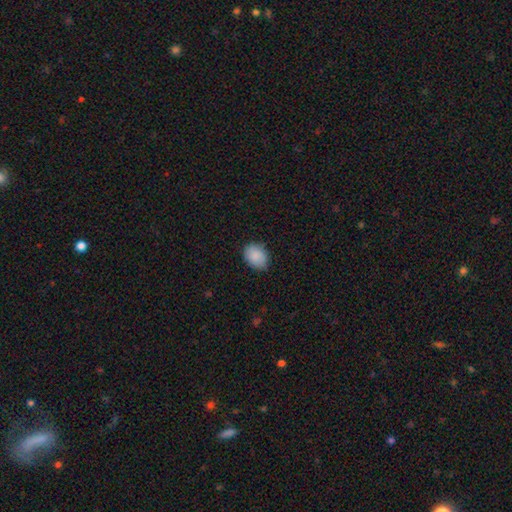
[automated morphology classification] Smooth or featured?
  - smooth: 89% *
  - star or artifact: 7%
  - featured or disk: 4%
How rounded?
  - in between: 62% *
  - round: 37%
  - cigar-shaped: 1%
Merging?
  - none: 82% *
  - minor disturbance: 15%
  - major disturbance: 3%
  - merger: 1%